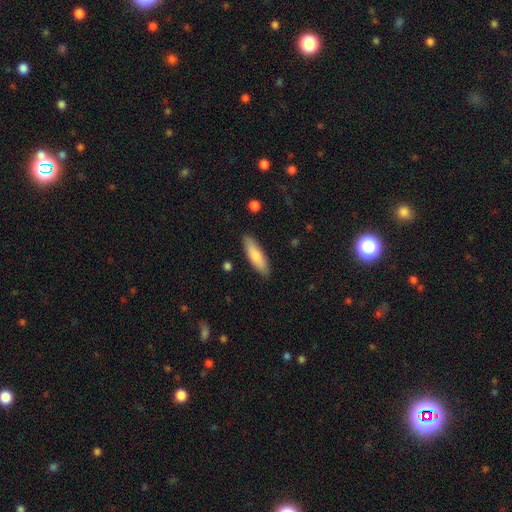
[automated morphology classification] A smooth galaxy with no disk features (79%) that is cigar-shaped (54%). Merging: none (87%).